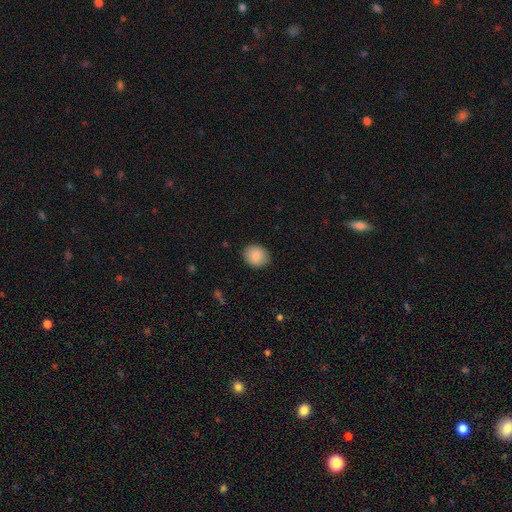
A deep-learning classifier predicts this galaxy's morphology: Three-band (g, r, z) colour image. It shows a smooth galaxy with no disk features (87%) that is round (64%). Merging: none (89%).